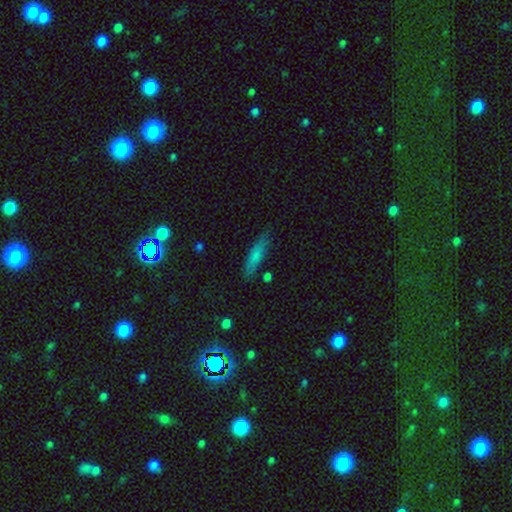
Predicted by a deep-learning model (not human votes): Smooth or featured: smooth — 74% (featured or disk — 18%)
How rounded: cigar-shaped — 73% (in between — 25%)
Merging: none — 82% (minor disturbance — 13%)